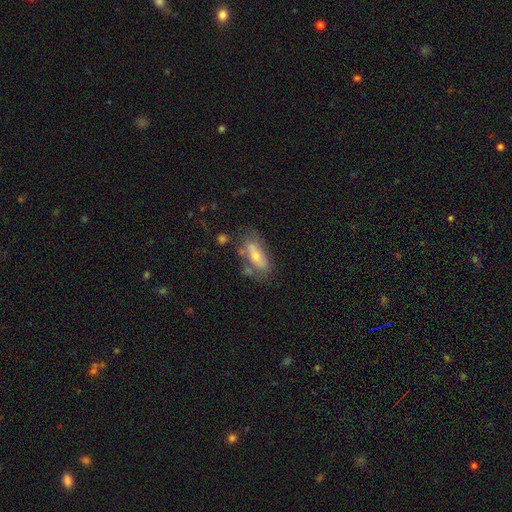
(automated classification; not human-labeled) Smooth or featured? smooth (49%)
Merging? none (56%)